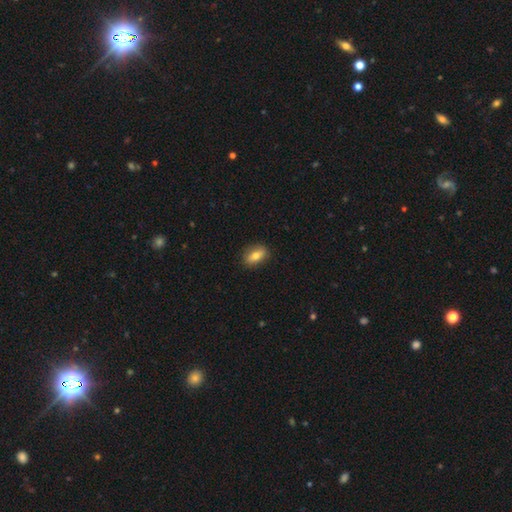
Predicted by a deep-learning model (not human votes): Smooth or featured? Predicted: smooth (p=0.71). How rounded? Predicted: in between (p=0.82). Merging? Predicted: none (p=0.85).